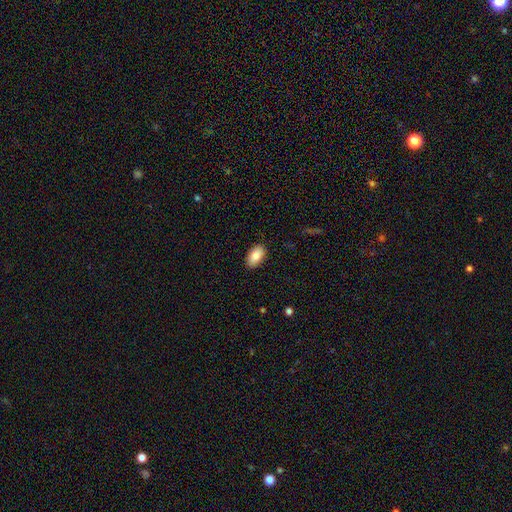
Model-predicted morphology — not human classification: Q: Smooth or featured?
A: smooth (85%); runner-up: featured or disk (8%)
Q: How rounded?
A: in between (94%); runner-up: round (4%)
Q: Merging?
A: none (87%); runner-up: minor disturbance (10%)